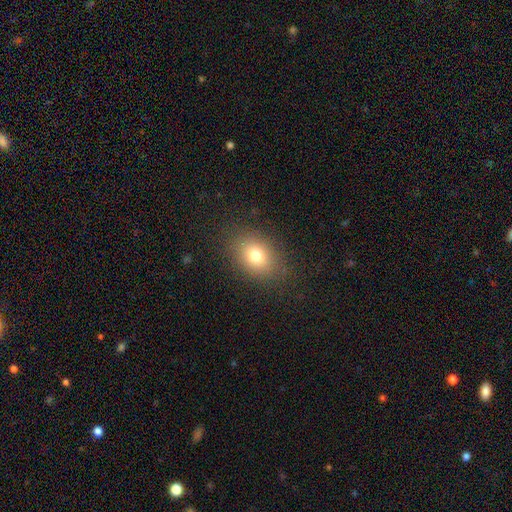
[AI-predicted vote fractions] smooth-or-featured: smooth: 78% | star or artifact: 12% | featured or disk: 10%
  how-rounded: in between: 66% | round: 33% | cigar-shaped: 1%
  merging: none: 85% | minor disturbance: 10% | major disturbance: 4% | merger: 1%